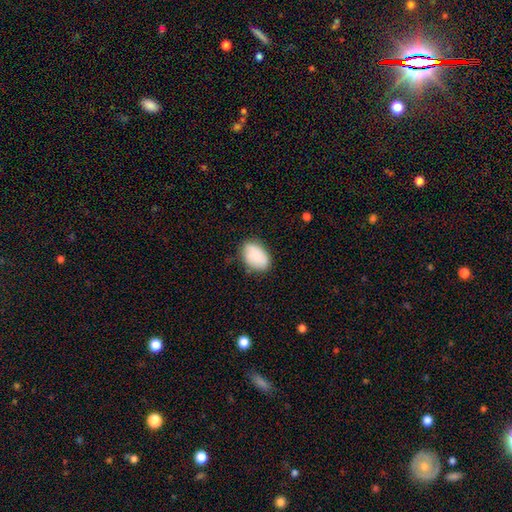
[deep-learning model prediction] Smooth or featured: smooth — 86% (featured or disk — 8%)
How rounded: in between — 87% (round — 12%)
Merging: none — 76% (minor disturbance — 19%)